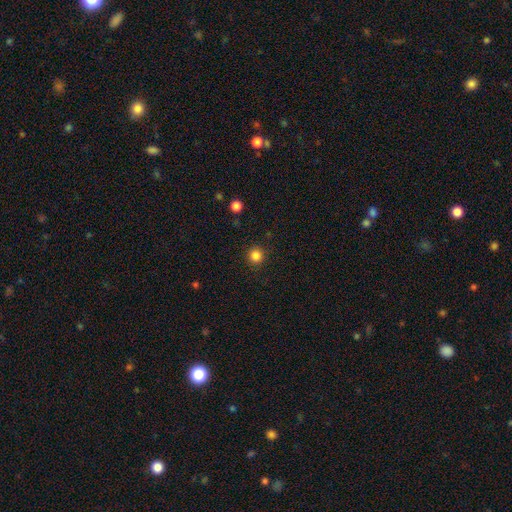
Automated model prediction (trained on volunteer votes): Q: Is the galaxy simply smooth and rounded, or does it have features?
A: smooth — 84%.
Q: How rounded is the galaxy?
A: round — 94%.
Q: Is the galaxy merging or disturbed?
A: none — 91%.